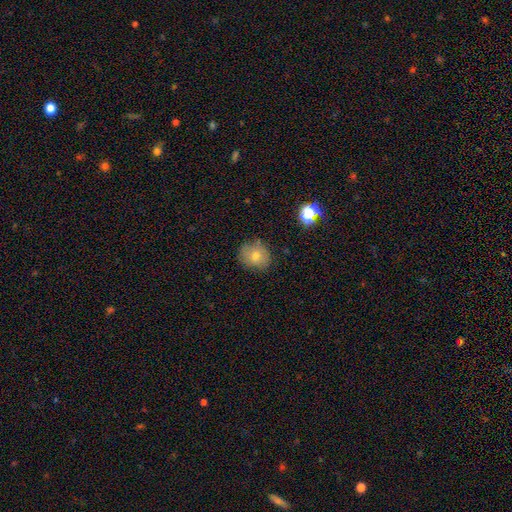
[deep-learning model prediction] smooth 69%, featured or disk 18%, star or artifact 13%. Down the decision tree: how rounded — round (75%); merging — none (79%).